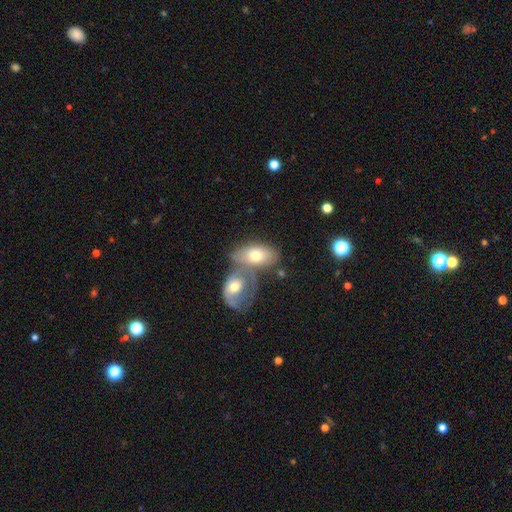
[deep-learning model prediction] Overall: smooth (60%; featured or disk 34%). How rounded: in between (88%). Merging: merger (59%; none 24%).